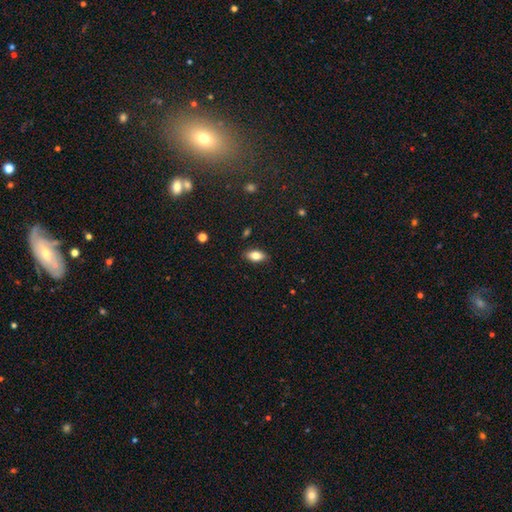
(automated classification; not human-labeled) Q: Smooth or featured?
A: smooth (81%); runner-up: featured or disk (11%)
Q: How rounded?
A: in between (89%); runner-up: cigar-shaped (7%)
Q: Merging?
A: none (86%); runner-up: minor disturbance (10%)